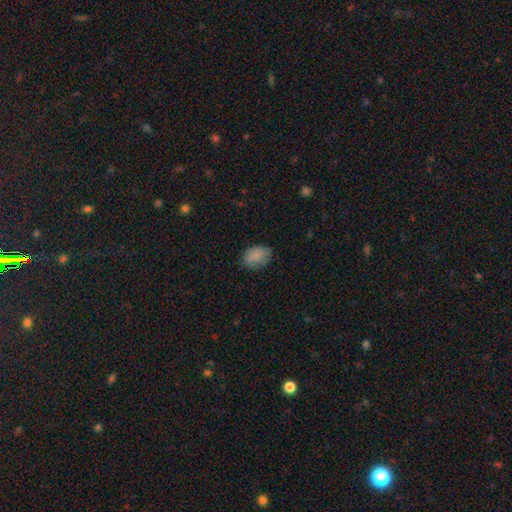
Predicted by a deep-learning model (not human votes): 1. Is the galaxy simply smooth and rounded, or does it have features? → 84% smooth, 8% featured or disk, 7% star or artifact.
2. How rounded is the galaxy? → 76% in between, 22% round, 1% cigar-shaped.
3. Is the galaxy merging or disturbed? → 76% none, 19% minor disturbance, 4% major disturbance, 1% merger.